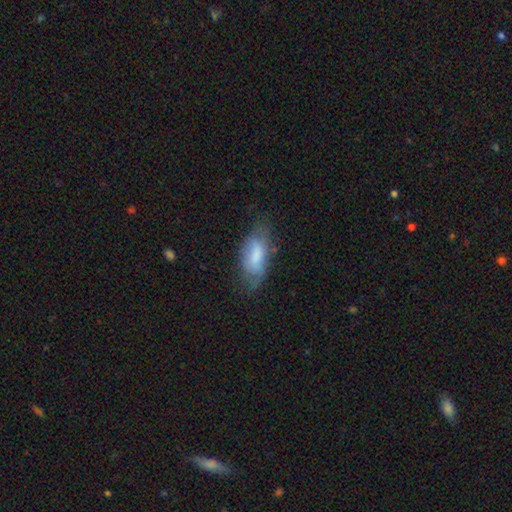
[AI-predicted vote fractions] This is likely a smooth galaxy (63%). How rounded: clearly in between (83%). Merging: possibly none (50%).